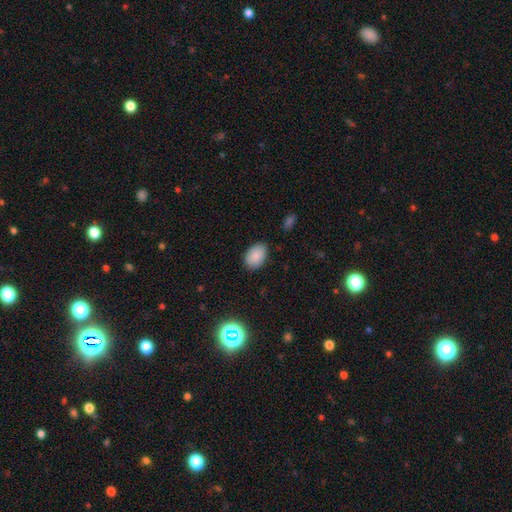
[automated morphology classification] A smooth galaxy with no disk features (86%) that is in between round and cigar-shaped (87%). Merging: none (84%).